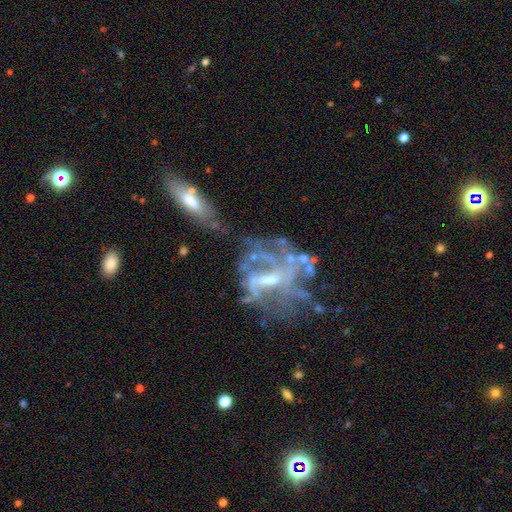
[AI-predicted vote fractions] Smooth or featured? featured or disk (77%)
Edge-on disk? no (96%)
Bar? weak (41%)
Spiral arms? yes (62%)
Bulge size? small (37%)
Merging? none (36%)